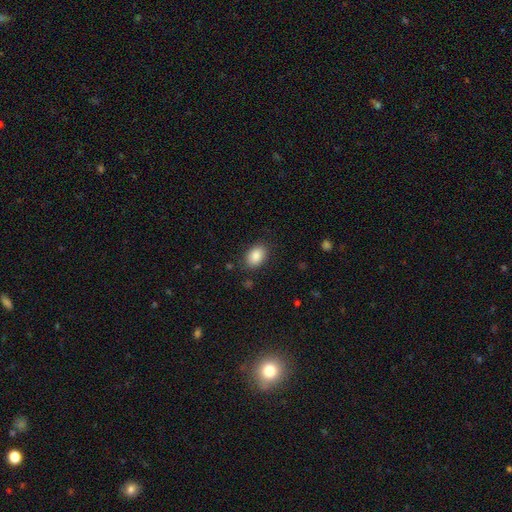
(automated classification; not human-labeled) Q: Smooth or featured?
A: smooth (88%); runner-up: star or artifact (8%)
Q: How rounded?
A: in between (81%); runner-up: round (18%)
Q: Merging?
A: none (84%); runner-up: minor disturbance (11%)